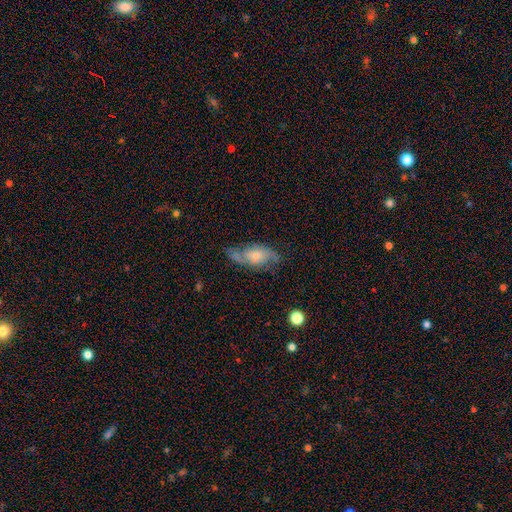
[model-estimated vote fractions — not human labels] smooth-or-featured: featured or disk: 63% | smooth: 30% | star or artifact: 8%
  disk-edge-on: no: 87% | yes: 13%
    bar: no: 69% | weak: 25% | strong: 6%
    has-spiral-arms: yes: 84% | no: 16%
    bulge-size: small: 44% | moderate: 43% | large: 7% | none: 5% | dominant: 2%
  merging: none: 62% | minor disturbance: 24% | major disturbance: 11% | merger: 3%